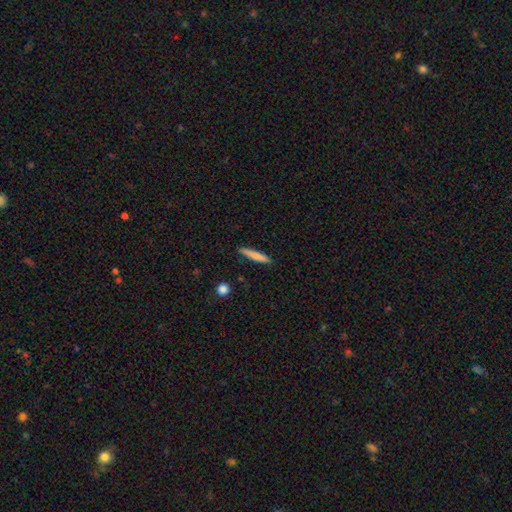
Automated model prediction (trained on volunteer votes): smooth-or-featured: smooth: 75% | featured or disk: 19% | star or artifact: 6%
  how-rounded: cigar-shaped: 91% | in between: 8% | round: 1%
  merging: none: 89% | minor disturbance: 8% | major disturbance: 2% | merger: 1%